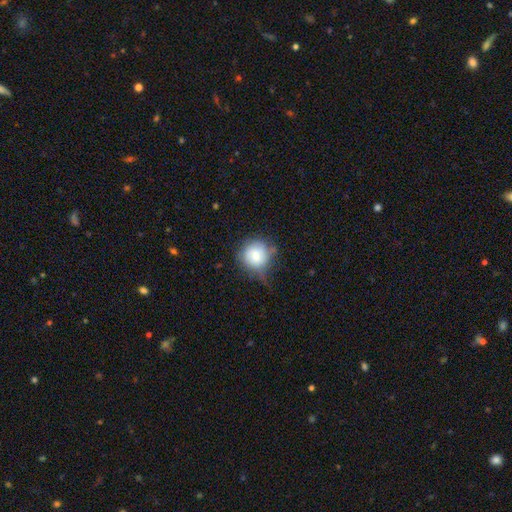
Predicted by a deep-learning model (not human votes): This is likely a smooth galaxy (70%). How rounded: clearly round (91%). Merging: possibly none (54%).